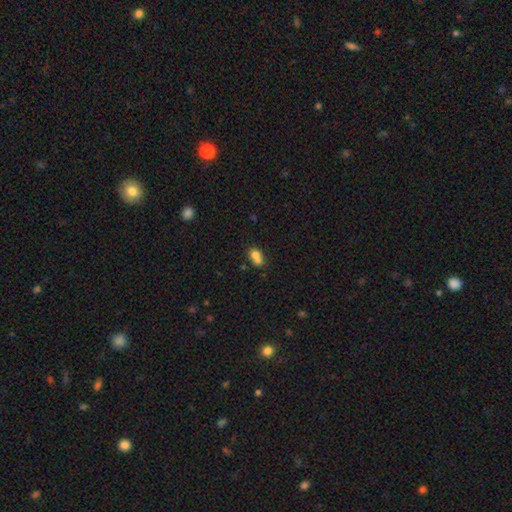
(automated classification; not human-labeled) A smooth galaxy with no disk features (73%) that is in between round and cigar-shaped (54%). Merging: merger (53%).